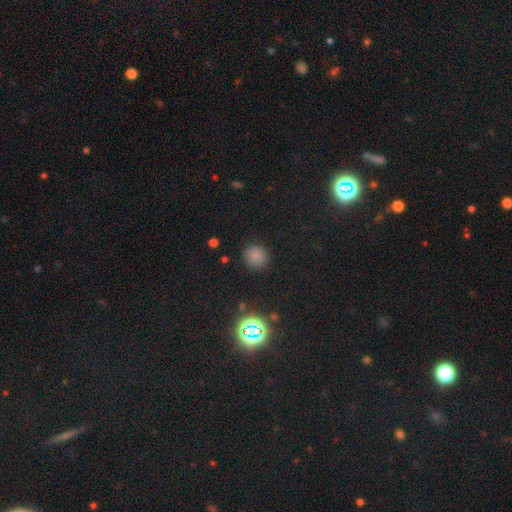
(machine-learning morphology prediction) This is likely a smooth galaxy (75%). How rounded: clearly round (91%). Merging: clearly none (86%).